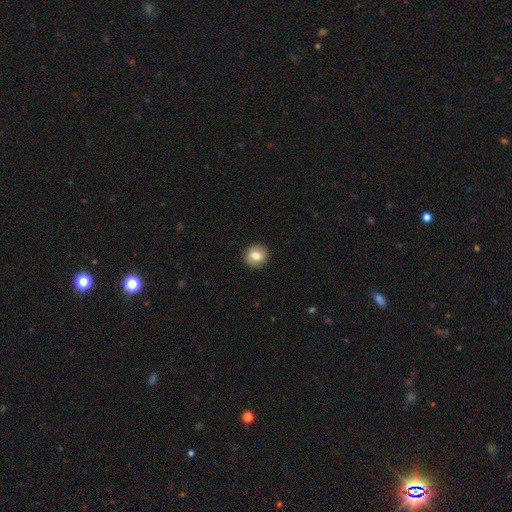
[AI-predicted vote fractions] This appears to be a smooth galaxy with no disk features (78%) that is round (88%). Merging: none (91%).